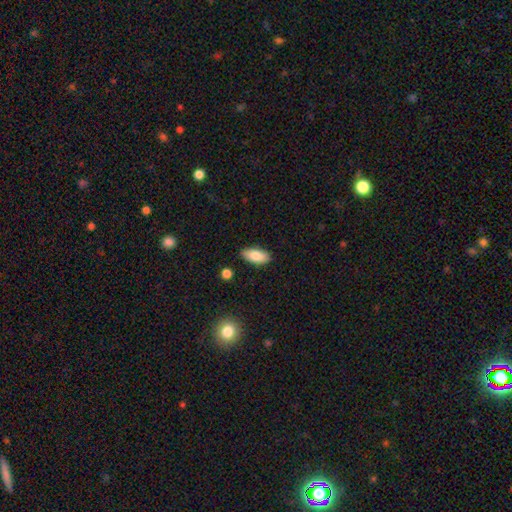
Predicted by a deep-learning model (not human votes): smooth-or-featured: smooth: 83% | featured or disk: 10% | star or artifact: 7%
  how-rounded: in between: 89% | cigar-shaped: 8% | round: 3%
  merging: none: 87% | minor disturbance: 10% | major disturbance: 2% | merger: 2%